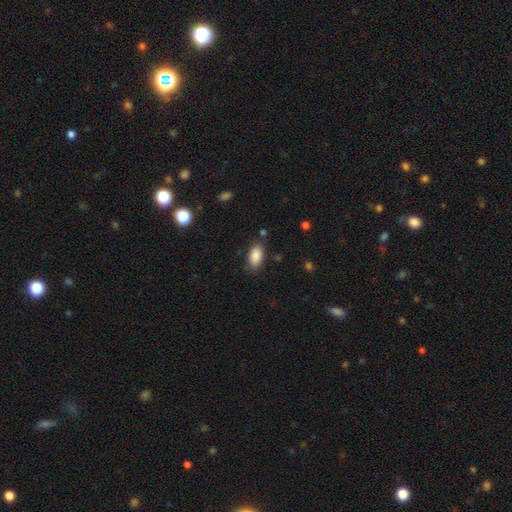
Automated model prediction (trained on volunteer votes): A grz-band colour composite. It shows a smooth galaxy with no disk features (87%) that is in between round and cigar-shaped (92%). Merging: none (82%).